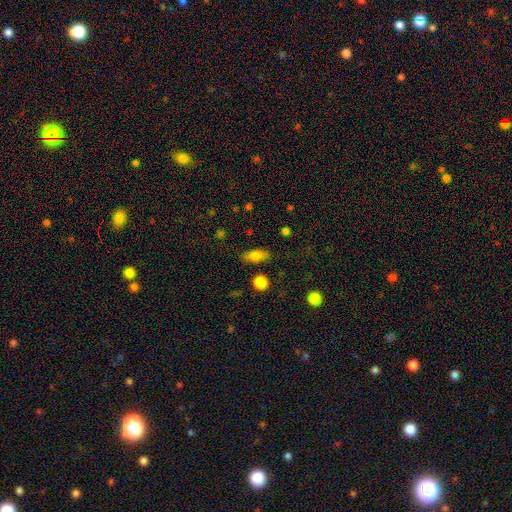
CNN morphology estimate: Smooth or featured? smooth (80%)
How rounded? in between (75%)
Merging? none (82%)